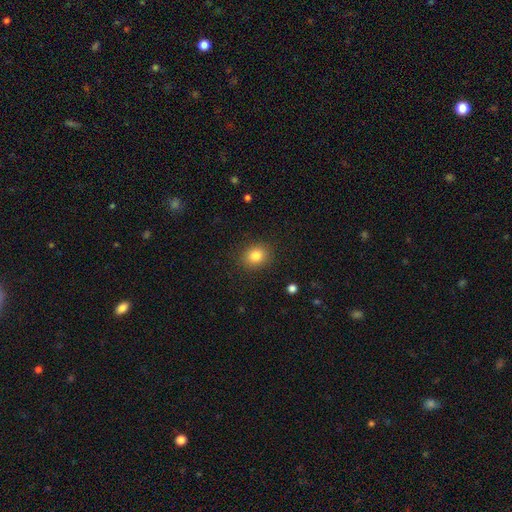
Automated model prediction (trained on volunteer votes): smooth 82%, star or artifact 11%, featured or disk 7%. Down the decision tree: how rounded — round (64%); merging — none (88%).